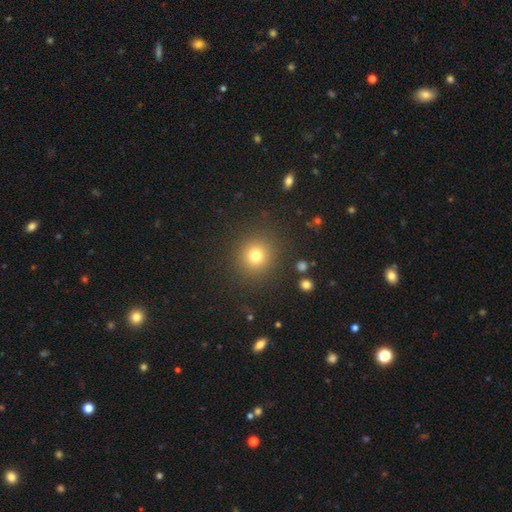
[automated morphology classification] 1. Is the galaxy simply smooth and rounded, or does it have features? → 77% smooth, 15% star or artifact, 8% featured or disk.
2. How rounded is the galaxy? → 91% round, 8% in between, 1% cigar-shaped.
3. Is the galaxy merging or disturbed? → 88% none, 7% minor disturbance, 3% major disturbance, 2% merger.